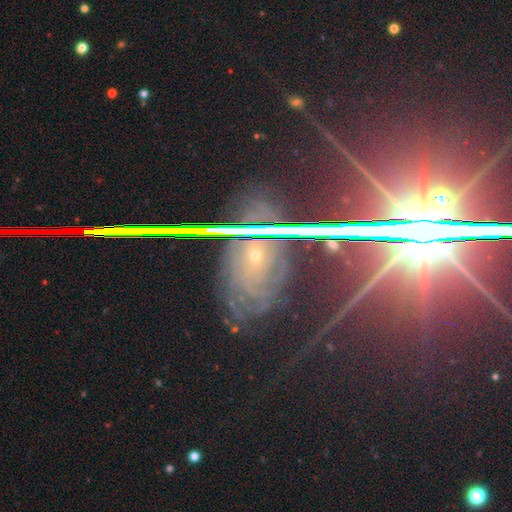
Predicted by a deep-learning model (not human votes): Smooth or featured: featured or disk — 48% (star or artifact — 41%)
Merging: none — 74% (minor disturbance — 16%)